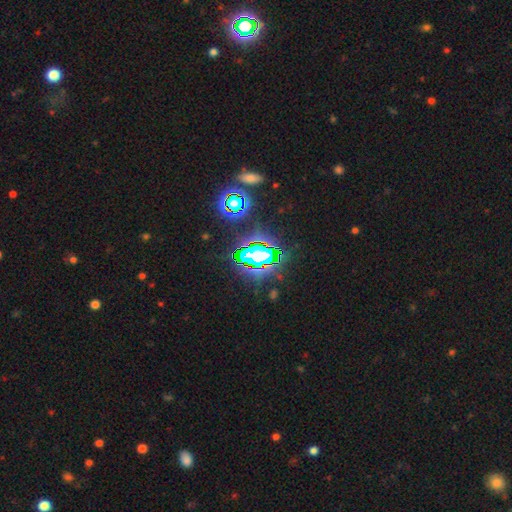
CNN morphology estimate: Smooth or featured?
  - star or artifact: 71% *
  - smooth: 16%
  - featured or disk: 12%